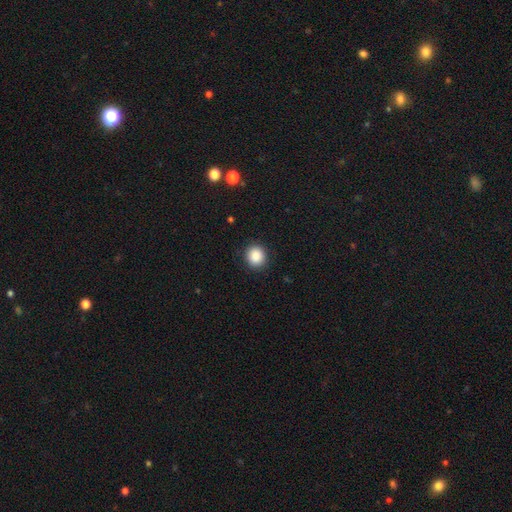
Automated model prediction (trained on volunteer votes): Smooth or featured? smooth (87%)
How rounded? round (84%)
Merging? none (90%)